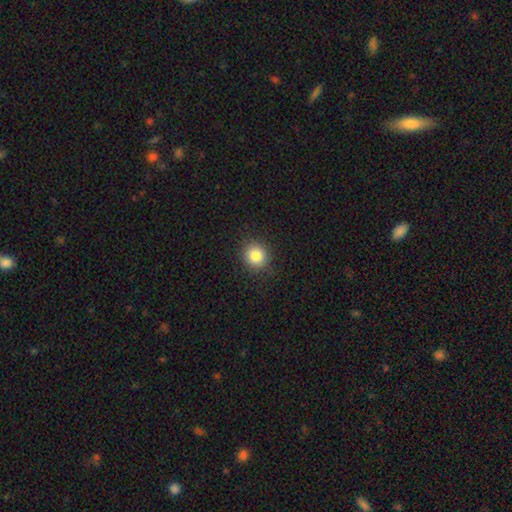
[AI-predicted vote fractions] Smooth or featured?
  - smooth: 84% *
  - star or artifact: 10%
  - featured or disk: 6%
How rounded?
  - round: 87% *
  - in between: 12%
  - cigar-shaped: 1%
Merging?
  - none: 90% *
  - minor disturbance: 7%
  - major disturbance: 2%
  - merger: 1%